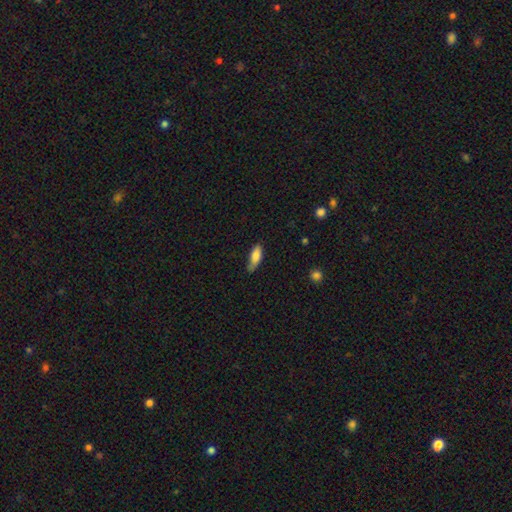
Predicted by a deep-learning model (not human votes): Smooth or featured? smooth (81%)
How rounded? in between (68%)
Merging? none (62%)